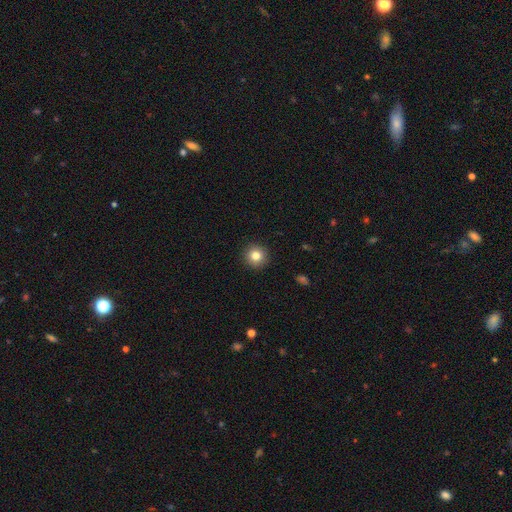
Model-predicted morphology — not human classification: Overall: smooth (81%). How rounded: round (95%). Merging: none (93%).